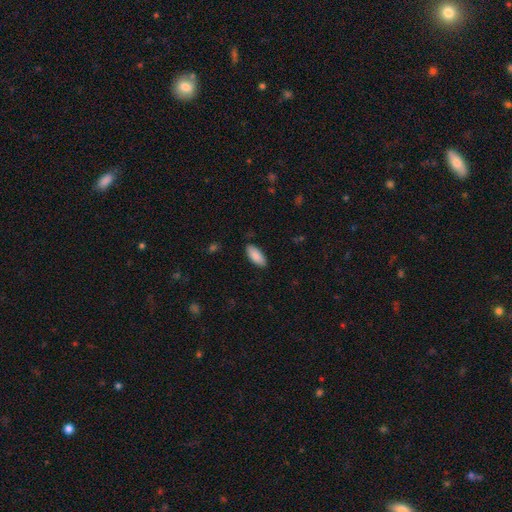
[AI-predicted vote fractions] This appears to be a smooth galaxy with no disk features (89%) that is in between round and cigar-shaped (86%). Merging: none (87%).